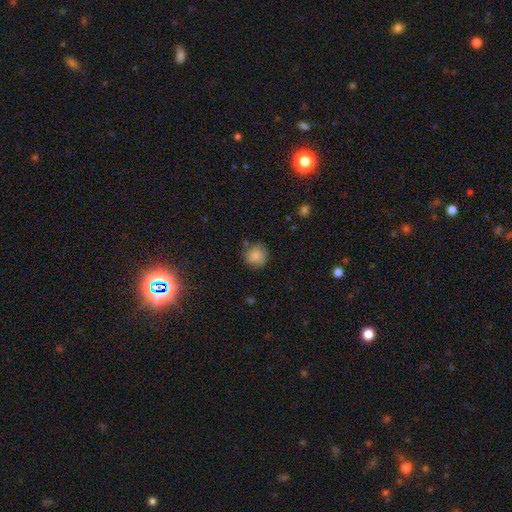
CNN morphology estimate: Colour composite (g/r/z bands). It shows a smooth galaxy with no disk features (84%) that is round (91%). Merging: none (76%).